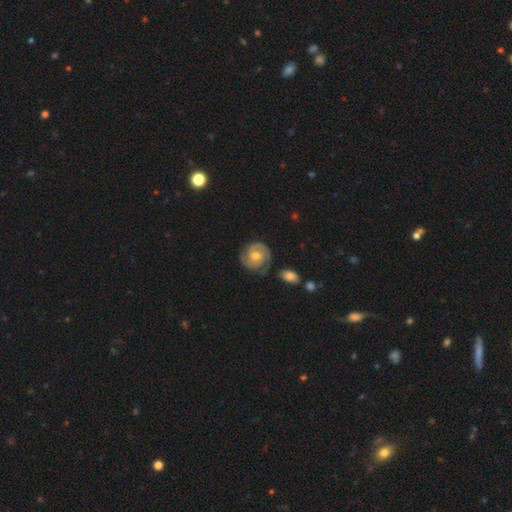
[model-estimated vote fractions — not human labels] Smooth or featured?
  - featured or disk: 83% *
  - smooth: 13%
  - star or artifact: 5%
Edge-on disk?
  - no: 98% *
  - yes: 2%
Bar?
  - no: 60% *
  - weak: 33%
  - strong: 7%
Spiral arms?
  - yes: 96% *
  - no: 4%
Spiral winding?
  - tight: 63% *
  - medium: 31%
  - loose: 6%
Spiral arm count?
  - 2: 78% *
  - 3: 9%
  - can't tell: 8%
  - 1: 3%
  - 4: 2%
  - more than 4: 2%
Bulge size?
  - moderate: 70% *
  - small: 23%
  - large: 4%
  - none: 1%
  - dominant: 1%
Merging?
  - none: 75% *
  - minor disturbance: 16%
  - major disturbance: 5%
  - merger: 4%